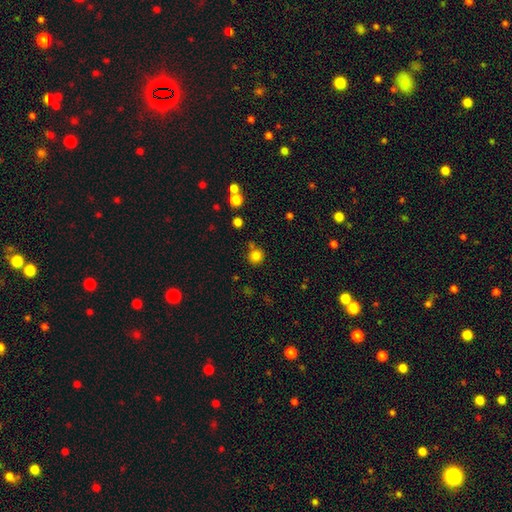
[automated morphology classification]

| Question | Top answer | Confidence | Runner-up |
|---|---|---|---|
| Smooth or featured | smooth | 81% | star or artifact (13%) |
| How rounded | round | 91% | in between (8%) |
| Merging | none | 75% | minor disturbance (11%) |